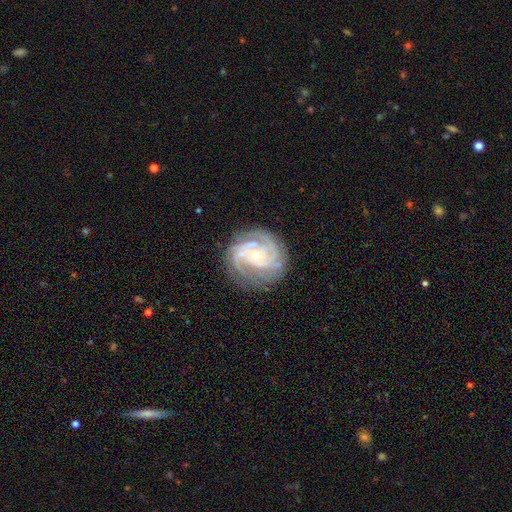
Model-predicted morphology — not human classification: type=featured or disk (88%); edge-on=no (98%); bar=no (68%); spiral arms=yes (98%); winding=tight (71%); arm count=3 (31%); bulge=small (68%); merging=none (79%).